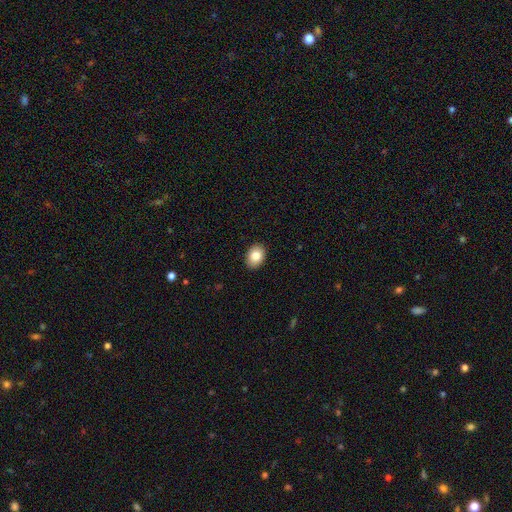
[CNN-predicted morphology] type=smooth (83%); roundness=in between (76%); merging=none (90%).